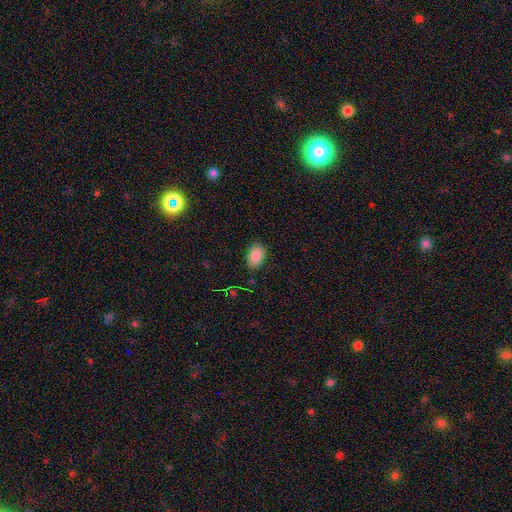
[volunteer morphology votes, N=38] Smooth or featured?
  - smooth: 92% *
  - star or artifact: 8%
  - featured or disk: 0%
How rounded?
  - in between: 83% *
  - round: 17%
  - cigar-shaped: 0%
Merging?
  - none: 69% *
  - minor disturbance: 23%
  - major disturbance: 9%
  - merger: 0%